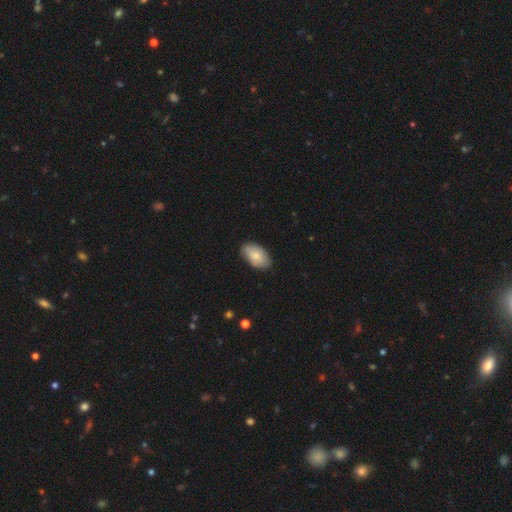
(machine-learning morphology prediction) type=smooth (76%); roundness=in between (94%); merging=none (78%).